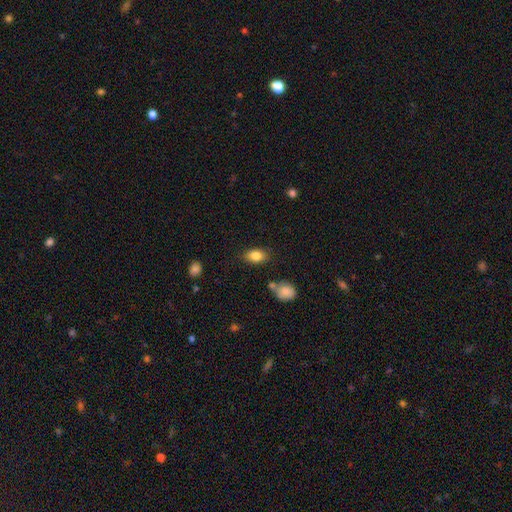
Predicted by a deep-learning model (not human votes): A smooth galaxy with no disk features (83%) that is in between round and cigar-shaped (85%).

Vote fractions:
- Smooth or featured? smooth: 83% / featured or disk: 9% / star or artifact: 8%
- How rounded? in between: 85% / round: 13% / cigar-shaped: 2%
- Merging? none: 79% / minor disturbance: 14% / merger: 4% / major disturbance: 3%